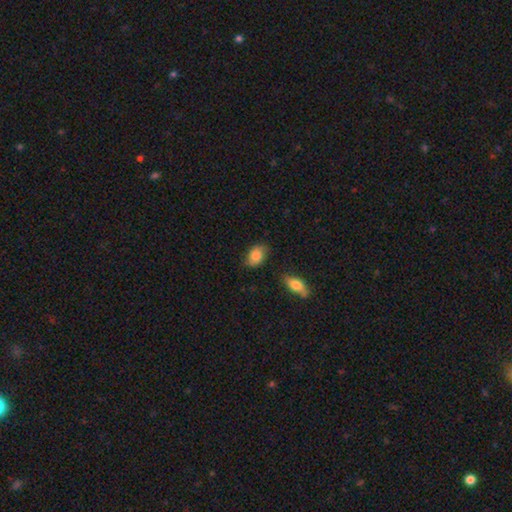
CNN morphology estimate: type=smooth (80%); roundness=in between (81%); merging=none (74%).